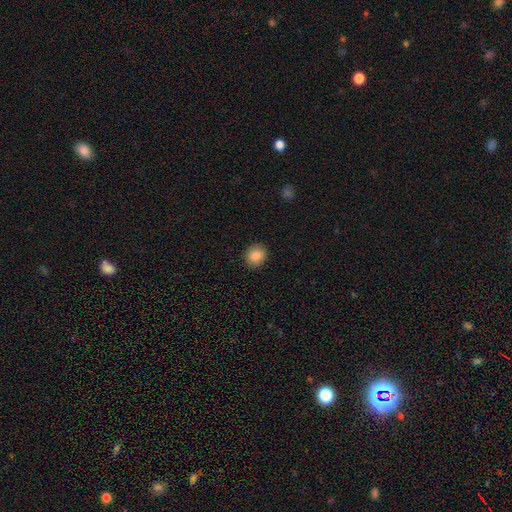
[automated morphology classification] type=smooth (86%); roundness=round (75%); merging=none (91%).